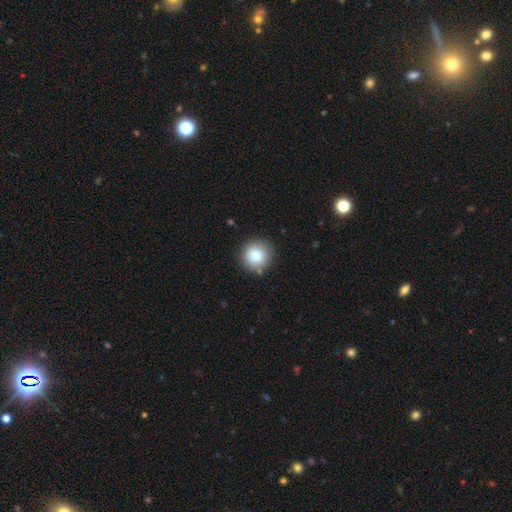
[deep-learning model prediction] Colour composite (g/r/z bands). It shows a smooth galaxy with no disk features (79%) that is round (94%). Merging: none (87%).